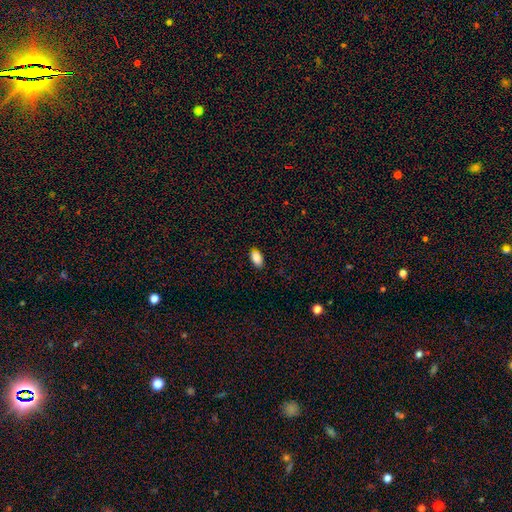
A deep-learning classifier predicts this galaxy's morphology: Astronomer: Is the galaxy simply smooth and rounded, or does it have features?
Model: smooth — 88%.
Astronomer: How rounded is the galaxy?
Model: in between — 93%.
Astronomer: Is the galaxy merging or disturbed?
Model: none — 87%.